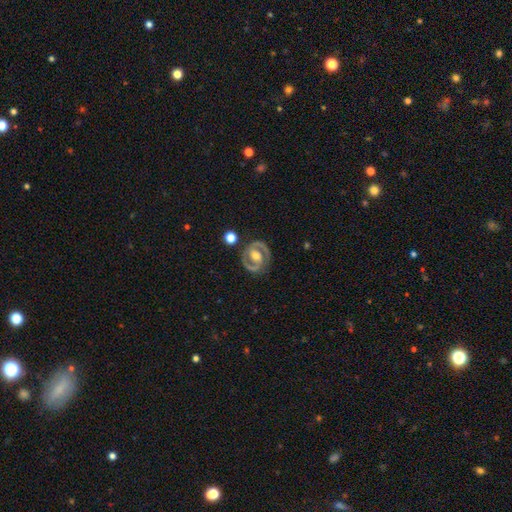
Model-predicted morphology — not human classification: This appears to be a featured or disk galaxy (86%) with a weak bar (38%), 2 (89%) medium (47%) spiral arms (90%) and a moderate central bulge (68%). Merging: none (84%).